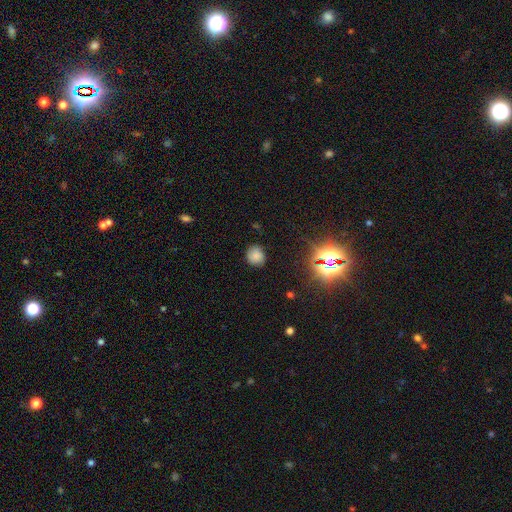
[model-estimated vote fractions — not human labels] This appears to be a smooth galaxy with no disk features (74%) that is round (82%). Merging: none (79%).